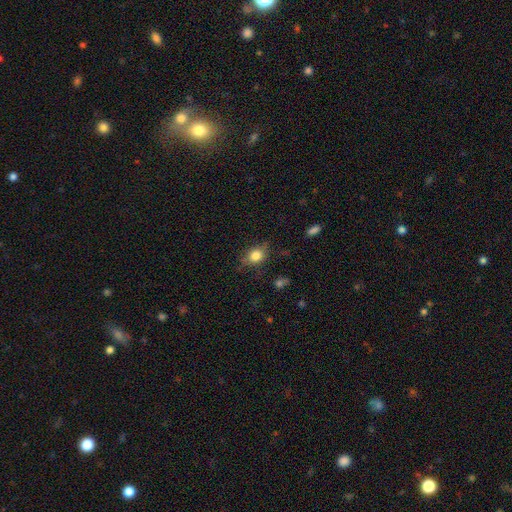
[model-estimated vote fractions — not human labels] This appears to be a smooth galaxy with no disk features (81%) that is in between round and cigar-shaped (59%). Merging: none (72%).